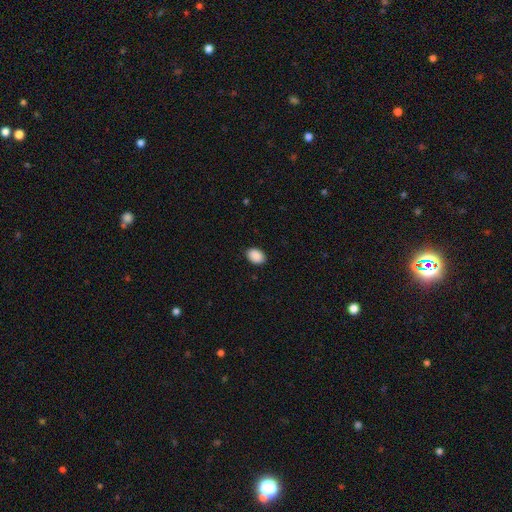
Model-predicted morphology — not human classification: Smooth or featured: smooth — 91% (star or artifact — 7%)
How rounded: in between — 80% (round — 19%)
Merging: none — 89% (minor disturbance — 8%)